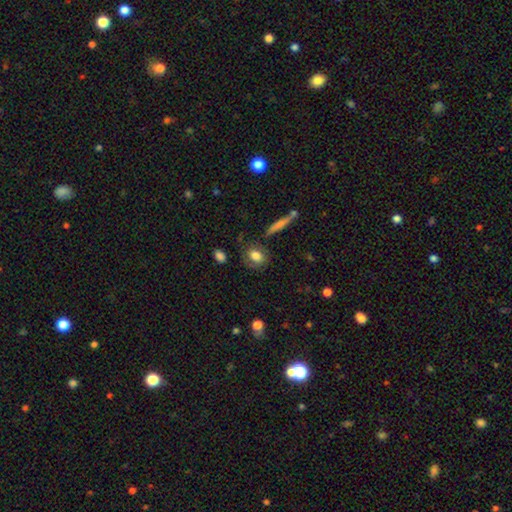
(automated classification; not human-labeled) A smooth galaxy with no disk features (76%) that is in between round and cigar-shaped (56%).

Vote fractions:
- Smooth or featured? smooth: 76% / featured or disk: 16% / star or artifact: 8%
- How rounded? in between: 56% / round: 41% / cigar-shaped: 4%
- Merging? none: 72% / minor disturbance: 17% / major disturbance: 6% / merger: 4%